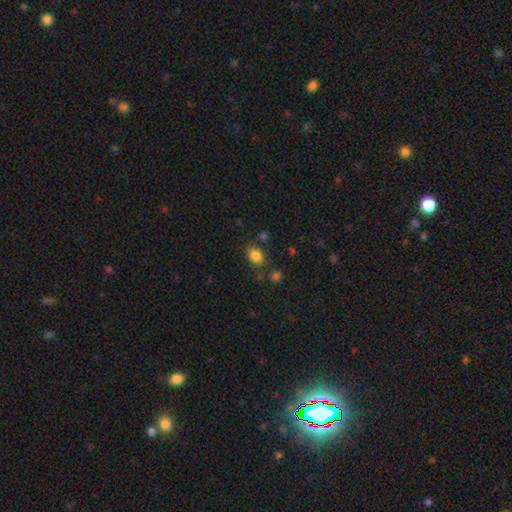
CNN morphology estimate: Overall: smooth (84%). How rounded: in between (64%; round 35%). Merging: none (75%).